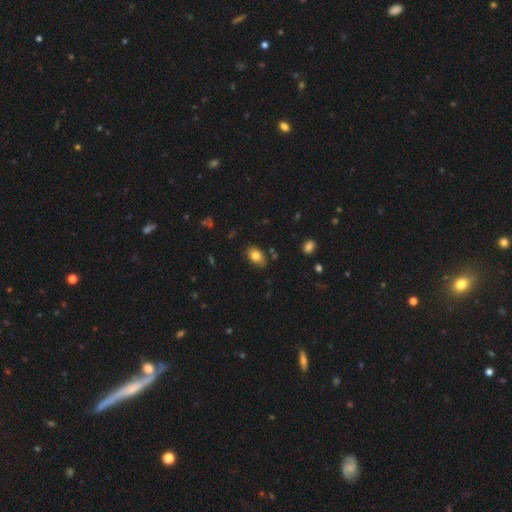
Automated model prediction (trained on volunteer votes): Q: Smooth or featured?
A: smooth (79%); runner-up: featured or disk (12%)
Q: How rounded?
A: in between (82%); runner-up: round (17%)
Q: Merging?
A: none (79%); runner-up: minor disturbance (16%)